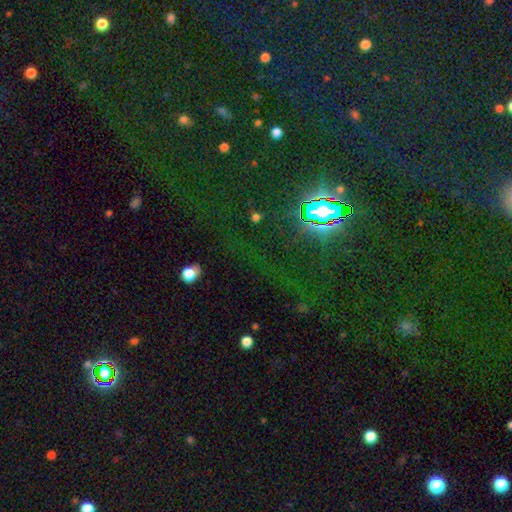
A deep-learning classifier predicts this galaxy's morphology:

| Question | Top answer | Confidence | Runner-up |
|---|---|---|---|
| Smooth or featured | star or artifact | 79% | smooth (12%) |